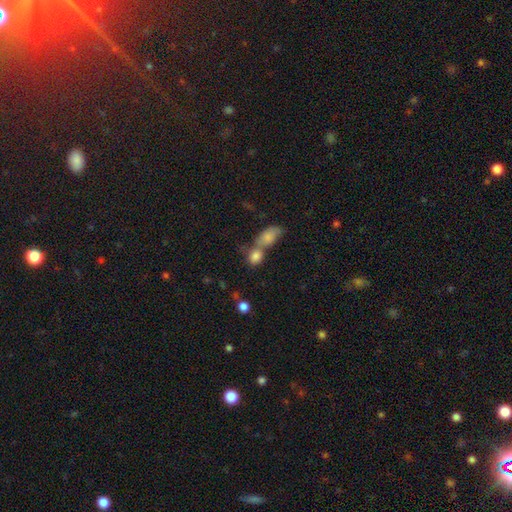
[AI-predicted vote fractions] Smooth or featured: smooth — 80% (featured or disk — 10%)
How rounded: in between — 55% (round — 42%)
Merging: merger — 57% (none — 30%)